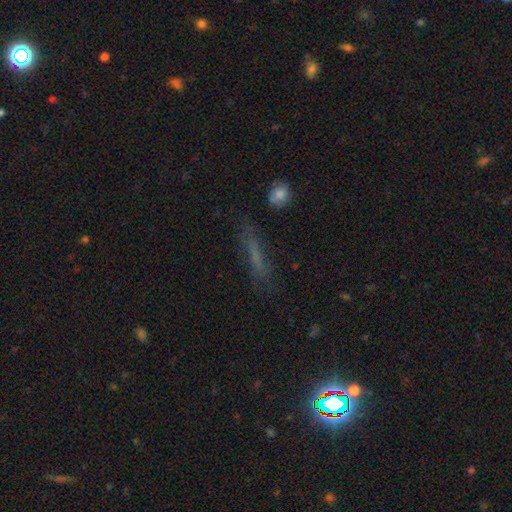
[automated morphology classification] The model was most divided on "smooth or featured": smooth: 47%, featured or disk: 30%, star or artifact: 23%. More confident: merging — none (72%).